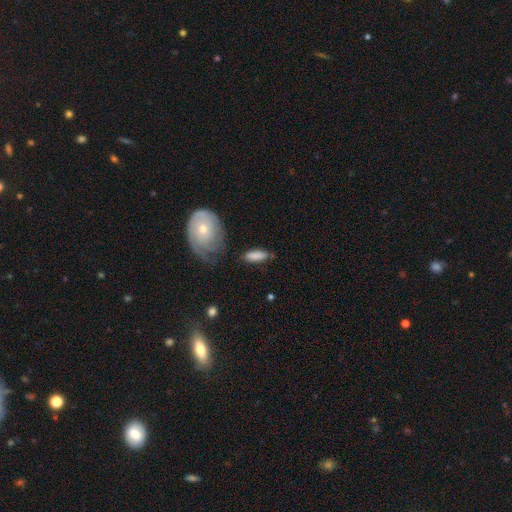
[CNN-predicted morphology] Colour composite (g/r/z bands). It shows a smooth galaxy with no disk features (80%) that is in between round and cigar-shaped (66%). Merging: none (71%).